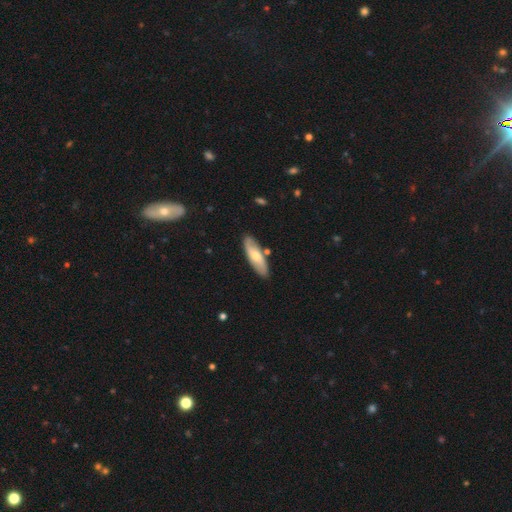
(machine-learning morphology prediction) type=smooth (54%); roundness=in between (56%); merging=none (83%).